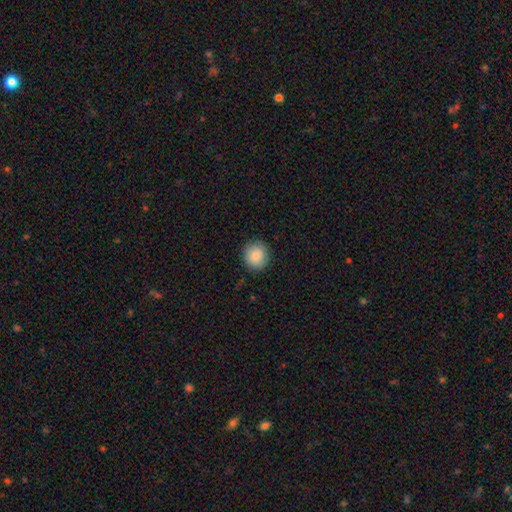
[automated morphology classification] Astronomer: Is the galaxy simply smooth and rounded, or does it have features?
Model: smooth — 88%.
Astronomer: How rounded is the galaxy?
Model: round — 88%.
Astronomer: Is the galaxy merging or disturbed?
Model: none — 89%.